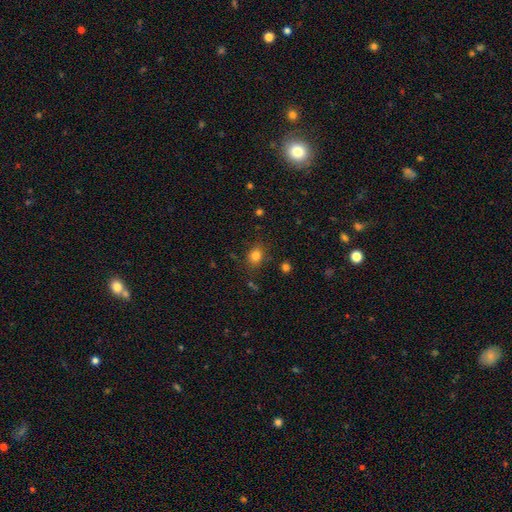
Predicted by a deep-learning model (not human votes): This is clearly a smooth galaxy (81%). How rounded: possibly round (54%). Merging: clearly none (81%).